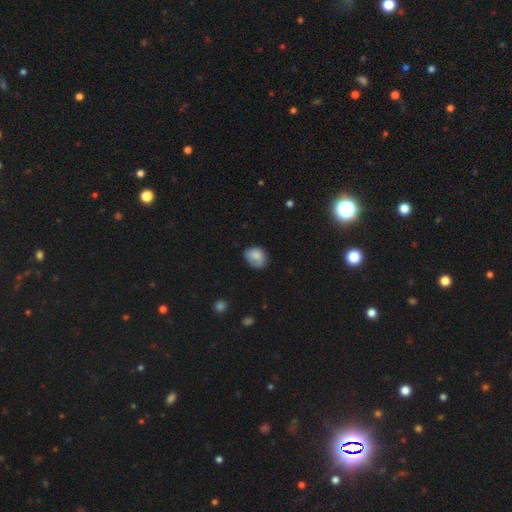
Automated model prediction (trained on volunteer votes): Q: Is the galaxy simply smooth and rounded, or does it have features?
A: smooth — 78%.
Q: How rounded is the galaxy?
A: in between — 62%.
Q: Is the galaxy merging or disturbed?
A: none — 56%.